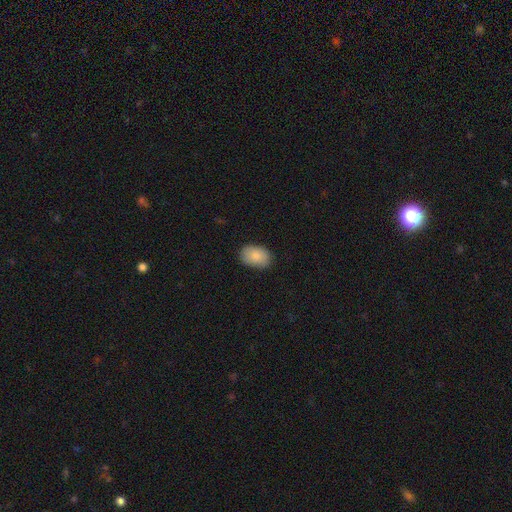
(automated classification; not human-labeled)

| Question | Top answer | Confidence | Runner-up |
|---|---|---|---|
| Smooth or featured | smooth | 87% | star or artifact (7%) |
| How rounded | in between | 84% | round (15%) |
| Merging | none | 85% | minor disturbance (12%) |